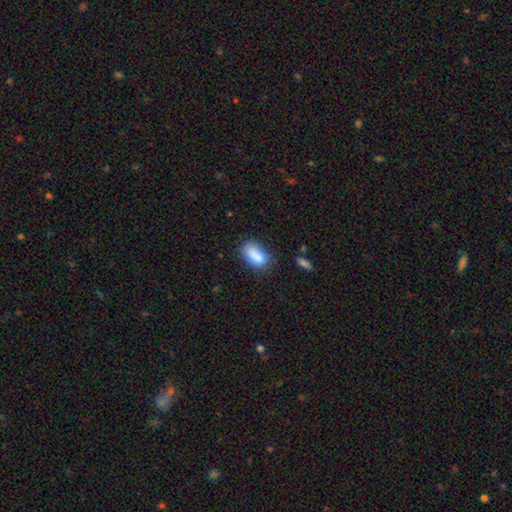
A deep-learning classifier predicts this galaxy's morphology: Smooth or featured?
  - smooth: 84% *
  - star or artifact: 8%
  - featured or disk: 8%
How rounded?
  - in between: 90% *
  - round: 7%
  - cigar-shaped: 3%
Merging?
  - none: 62% *
  - minor disturbance: 25%
  - major disturbance: 7%
  - merger: 7%